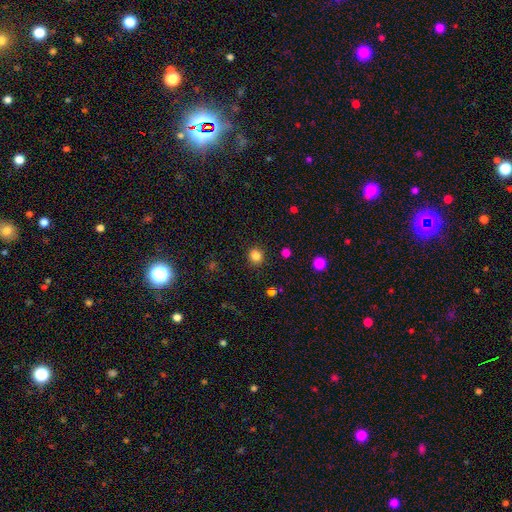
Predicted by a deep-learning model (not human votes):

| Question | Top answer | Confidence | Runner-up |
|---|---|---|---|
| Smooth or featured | smooth | 83% | star or artifact (13%) |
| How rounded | round | 81% | in between (18%) |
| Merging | none | 88% | minor disturbance (7%) |